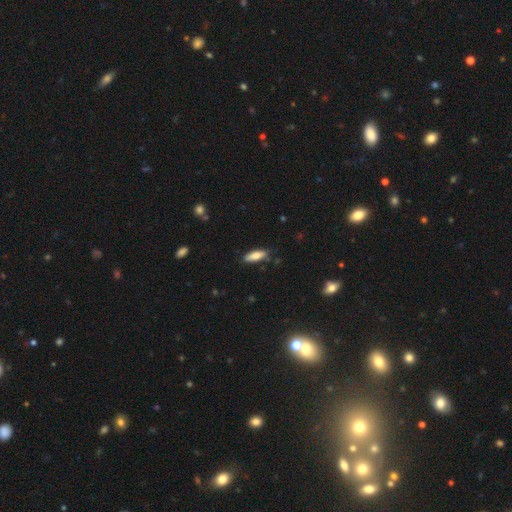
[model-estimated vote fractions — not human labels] This is clearly a smooth galaxy (81%). How rounded: possibly in between (57%). Merging: likely none (79%).